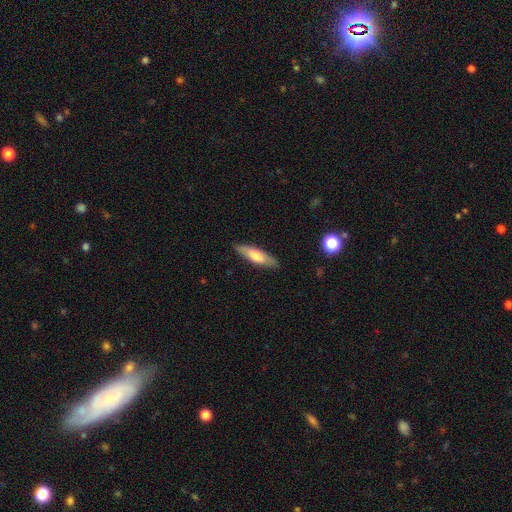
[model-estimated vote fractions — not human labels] Smooth or featured? Predicted: smooth (p=0.66). How rounded? Predicted: cigar-shaped (p=0.64). Merging? Predicted: none (p=0.87).